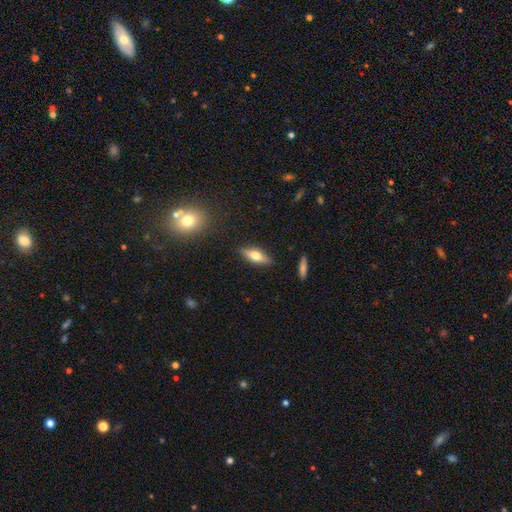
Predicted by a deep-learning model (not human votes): A smooth galaxy with no disk features (53%) that is in between round and cigar-shaped (56%). Merging: none (86%).